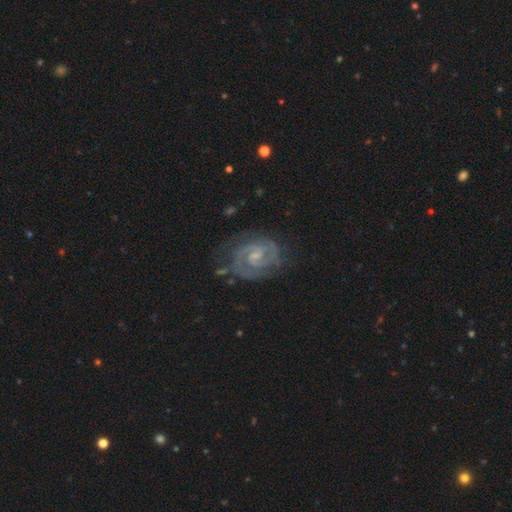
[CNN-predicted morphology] A featured or disk galaxy (90%) with a weak bar (57%), 2 (85%) tight (59%) spiral arms (98%) and a small central bulge (58%).

Vote fractions:
- Smooth or featured? featured or disk: 90% / star or artifact: 5% / smooth: 4%
- Edge-on disk? no: 98% / yes: 2%
- Bar? weak: 57% / no: 28% / strong: 15%
- Spiral arms? yes: 98% / no: 2%
- Spiral winding? tight: 59% / medium: 36% / loose: 5%
- Spiral arm count? 2: 85% / 3: 5% / can't tell: 5% / 1: 2% / 4: 2% / more than 4: 2%
- Bulge size? small: 58% / moderate: 25% / none: 14% / large: 1% / dominant: 1%
- Merging? none: 74% / minor disturbance: 17% / major disturbance: 7% / merger: 2%